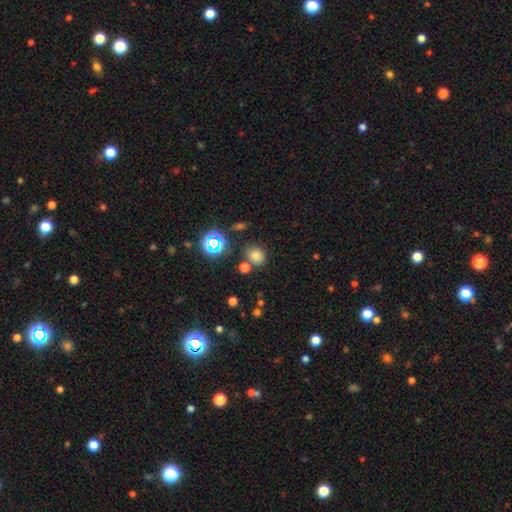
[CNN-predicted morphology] Smooth or featured? smooth (70%)
How rounded? round (70%)
Merging? none (74%)